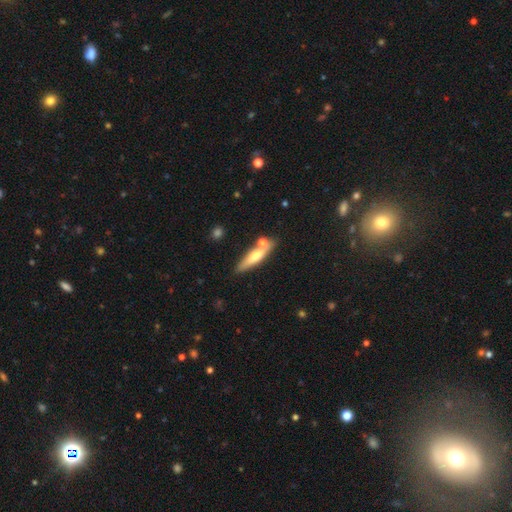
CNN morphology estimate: A smooth galaxy with no disk features (58%) that is cigar-shaped (78%).

Vote fractions:
- Smooth or featured? smooth: 58% / featured or disk: 36% / star or artifact: 7%
- How rounded? cigar-shaped: 78% / in between: 20% / round: 2%
- Merging? none: 71% / minor disturbance: 13% / merger: 13% / major disturbance: 3%